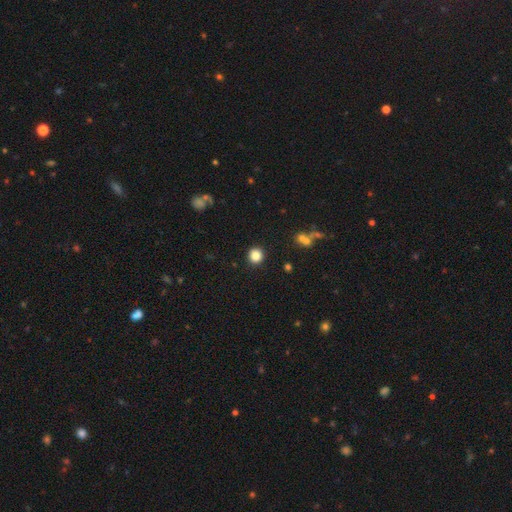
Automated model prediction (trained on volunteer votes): smooth_or_featured: smooth (p=0.84) [alt: star or artifact p=0.11]
how_rounded: round (p=0.91) [alt: in between p=0.08]
merging: none (p=0.91) [alt: minor disturbance p=0.05]